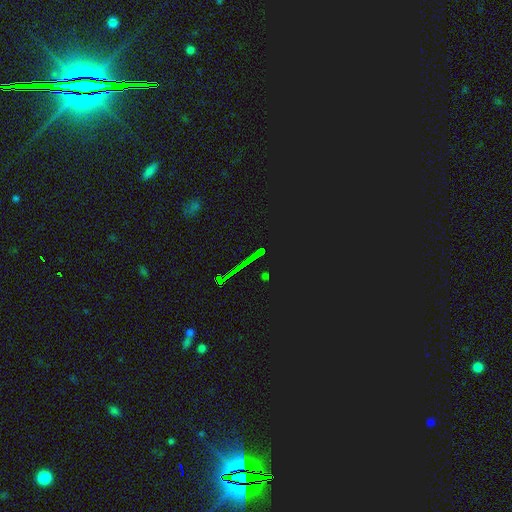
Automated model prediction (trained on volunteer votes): smooth-or-featured: star or artifact: 76% | smooth: 13% | featured or disk: 11%